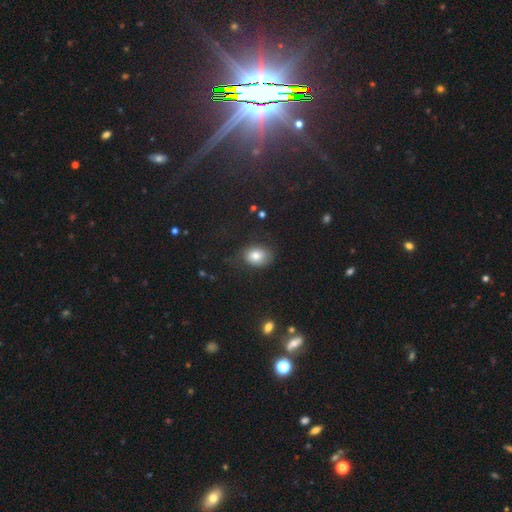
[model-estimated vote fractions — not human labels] A smooth galaxy with no disk features (78%) that is in between round and cigar-shaped (63%). Merging: none (71%).